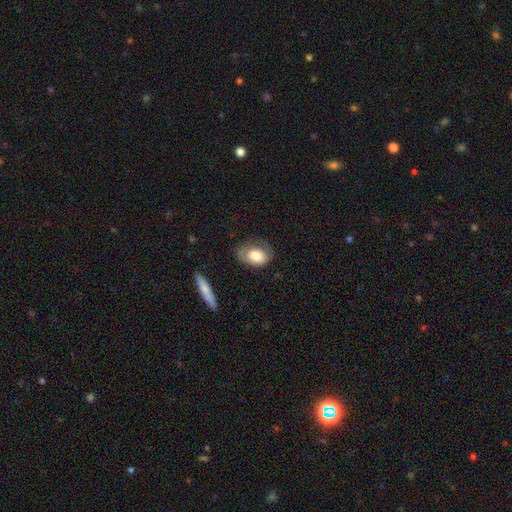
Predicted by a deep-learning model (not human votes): Smooth or featured?
  - smooth: 72% *
  - featured or disk: 21%
  - star or artifact: 7%
How rounded?
  - in between: 80% *
  - round: 19%
  - cigar-shaped: 1%
Merging?
  - none: 51% *
  - minor disturbance: 30%
  - major disturbance: 16%
  - merger: 2%